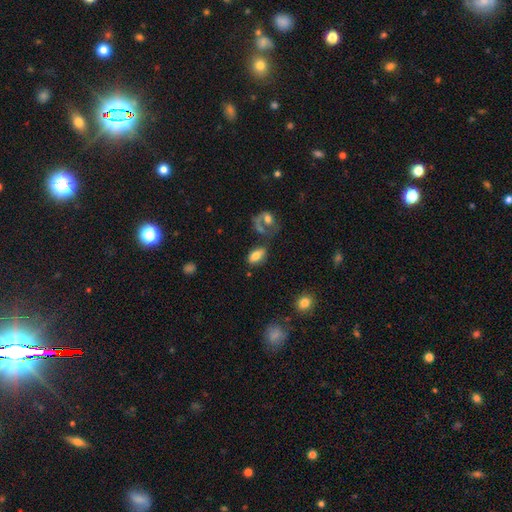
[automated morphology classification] The model was most divided on "merging": none: 59%, merger: 16%, minor disturbance: 15%, major disturbance: 9%. More confident: how rounded — in between (90%); smooth or featured — smooth (73%).